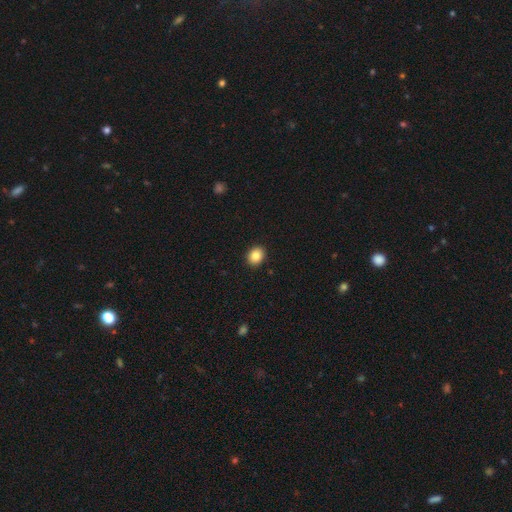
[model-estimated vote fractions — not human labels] Smooth or featured: smooth — 85% (star or artifact — 9%)
How rounded: round — 57% (in between — 43%)
Merging: none — 92% (minor disturbance — 6%)